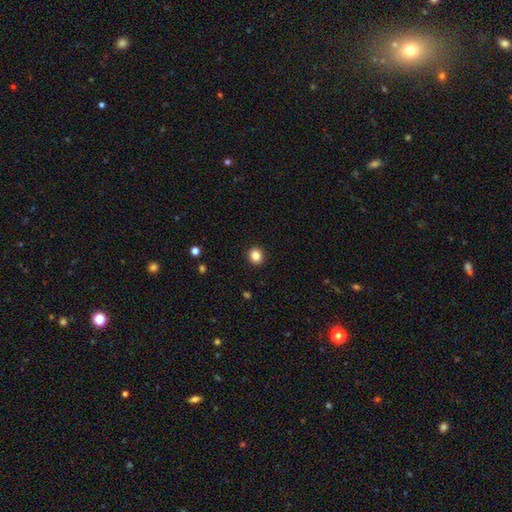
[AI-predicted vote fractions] This is clearly a smooth galaxy (84%). How rounded: clearly round (86%). Merging: clearly none (93%).